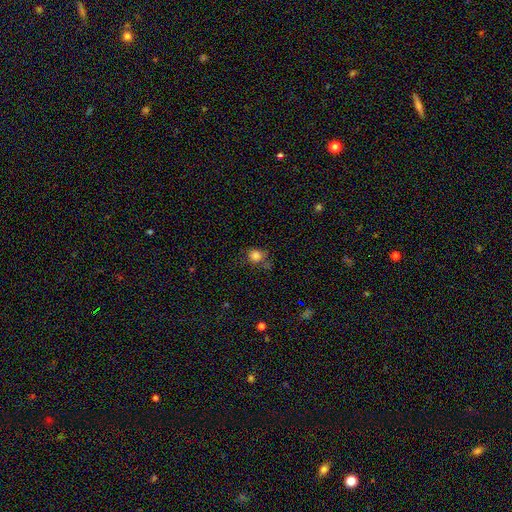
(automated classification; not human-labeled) This is clearly a smooth galaxy (81%). How rounded: likely round (72%). Merging: likely none (60%).